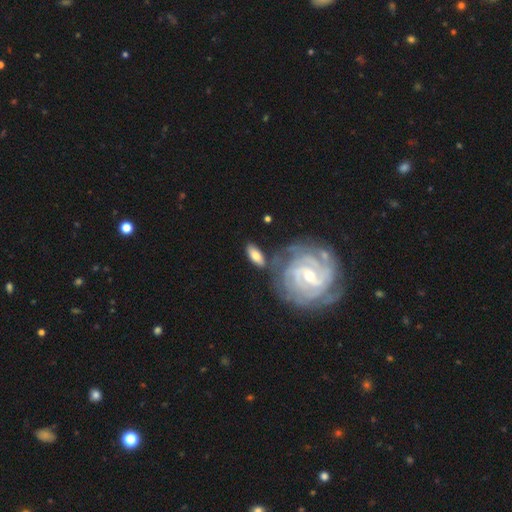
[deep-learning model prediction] This is possibly a smooth galaxy (50%). How rounded: clearly in between (81%). Merging: likely none (67%).